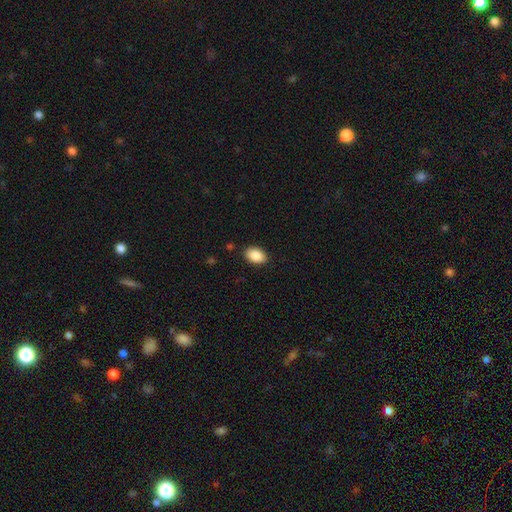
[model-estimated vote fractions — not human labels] smooth-or-featured: smooth: 89% | star or artifact: 7% | featured or disk: 4%
  how-rounded: in between: 88% | round: 11% | cigar-shaped: 1%
  merging: none: 88% | minor disturbance: 9% | major disturbance: 2% | merger: 1%